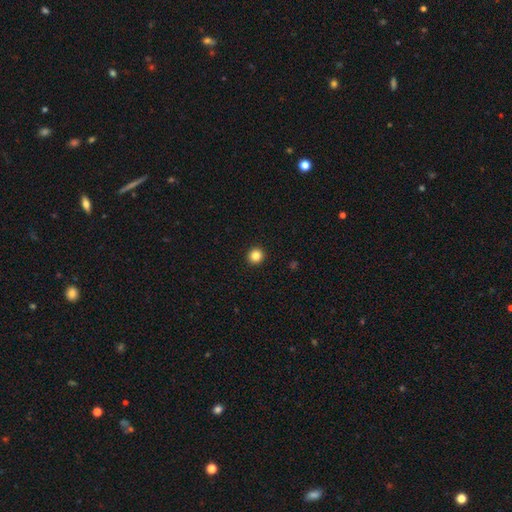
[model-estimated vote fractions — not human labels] Overall: smooth (84%). How rounded: round (94%). Merging: none (94%).